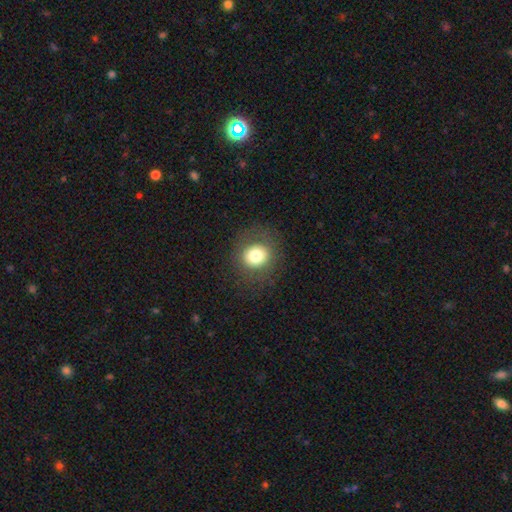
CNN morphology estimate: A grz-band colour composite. It shows a smooth galaxy with no disk features (76%) that is round (86%). Merging: none (85%).